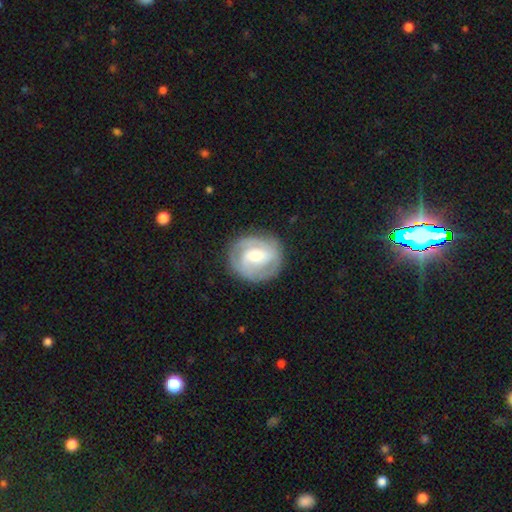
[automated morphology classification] smooth-or-featured: featured or disk: 74% | smooth: 20% | star or artifact: 5%
  disk-edge-on: no: 97% | yes: 3%
    bar: weak: 45% | no: 29% | strong: 26%
    has-spiral-arms: yes: 85% | no: 15%
      spiral-winding: tight: 50% | medium: 37% | loose: 13%
      spiral-arm-count: 2: 56% | can't tell: 20% | 3: 15% | 1: 4% | 4: 3% | more than 4: 3%
    bulge-size: moderate: 65% | small: 28% | large: 6% | none: 1% | dominant: 1%
  merging: none: 82% | minor disturbance: 12% | major disturbance: 5% | merger: 1%